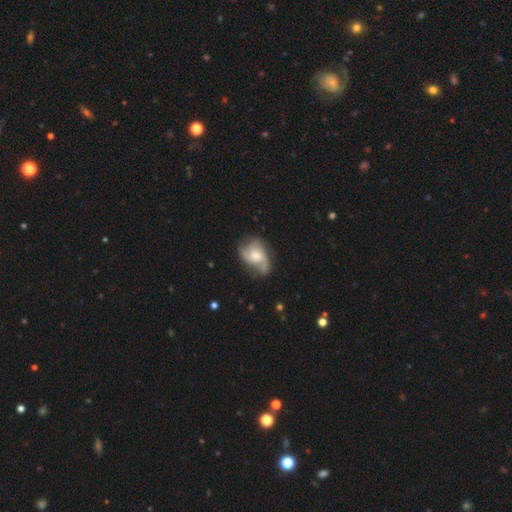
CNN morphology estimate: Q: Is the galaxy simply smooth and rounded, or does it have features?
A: featured or disk — 72%.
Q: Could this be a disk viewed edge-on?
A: no — 97%.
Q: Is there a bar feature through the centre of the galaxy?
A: no — 68%.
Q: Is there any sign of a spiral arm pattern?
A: yes — 91%.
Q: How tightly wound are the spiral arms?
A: medium — 46%.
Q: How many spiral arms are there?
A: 2 — 54%.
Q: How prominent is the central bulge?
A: moderate — 47%.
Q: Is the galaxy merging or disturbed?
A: none — 58%.